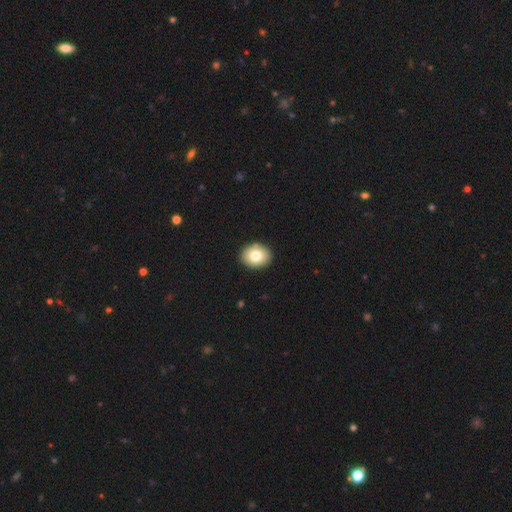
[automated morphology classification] Overall: smooth (79%). How rounded: in between (50%; round 49%). Merging: none (89%).